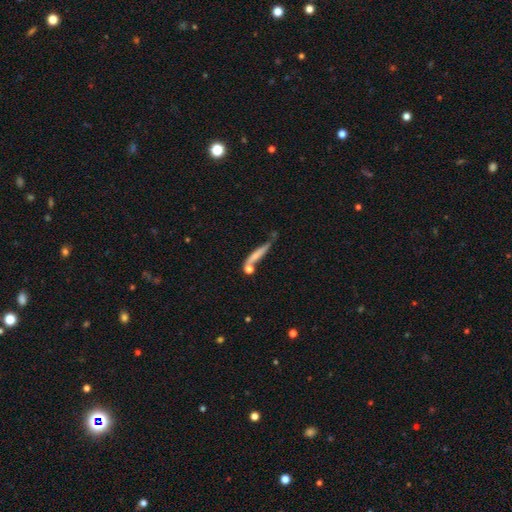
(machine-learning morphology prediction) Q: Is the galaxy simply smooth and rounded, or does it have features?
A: smooth — 63%.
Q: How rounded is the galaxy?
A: cigar-shaped — 86%.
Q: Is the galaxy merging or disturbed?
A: none — 51%.